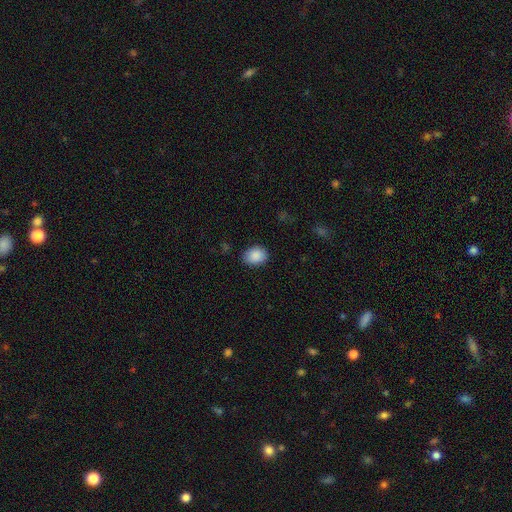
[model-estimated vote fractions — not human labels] Q: Smooth or featured?
A: smooth (89%); runner-up: star or artifact (8%)
Q: How rounded?
A: in between (62%); runner-up: round (37%)
Q: Merging?
A: none (85%); runner-up: minor disturbance (11%)